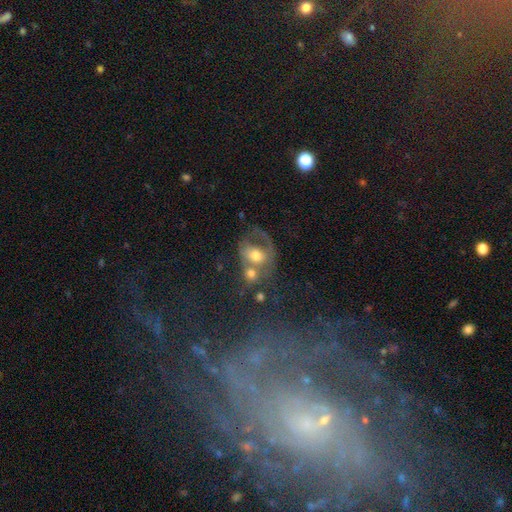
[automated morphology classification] Smooth or featured? smooth (44%)
Merging? merger (51%)